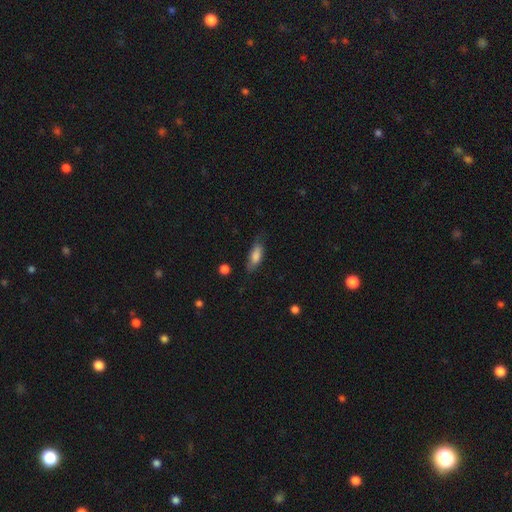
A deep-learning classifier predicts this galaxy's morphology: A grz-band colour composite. It shows a smooth galaxy with no disk features (79%) that is in between round and cigar-shaped (74%). Merging: none (68%).